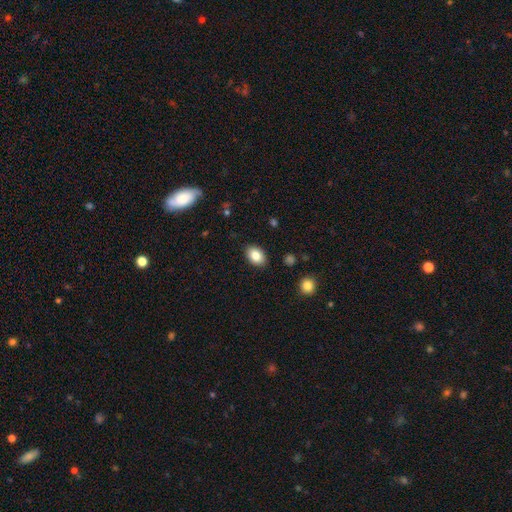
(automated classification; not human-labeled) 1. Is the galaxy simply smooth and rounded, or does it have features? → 85% smooth, 8% star or artifact, 8% featured or disk.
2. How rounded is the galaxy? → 85% in between, 14% round, 1% cigar-shaped.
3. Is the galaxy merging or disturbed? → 88% none, 9% minor disturbance, 2% major disturbance, 1% merger.